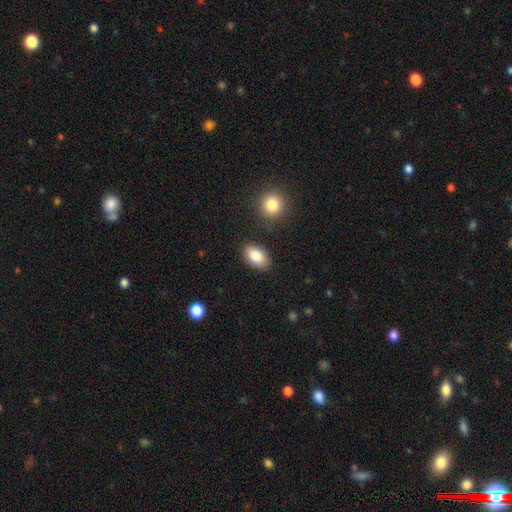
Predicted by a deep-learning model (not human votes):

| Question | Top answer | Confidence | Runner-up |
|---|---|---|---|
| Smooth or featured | smooth | 87% | star or artifact (7%) |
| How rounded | in between | 92% | round (7%) |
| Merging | none | 83% | minor disturbance (10%) |